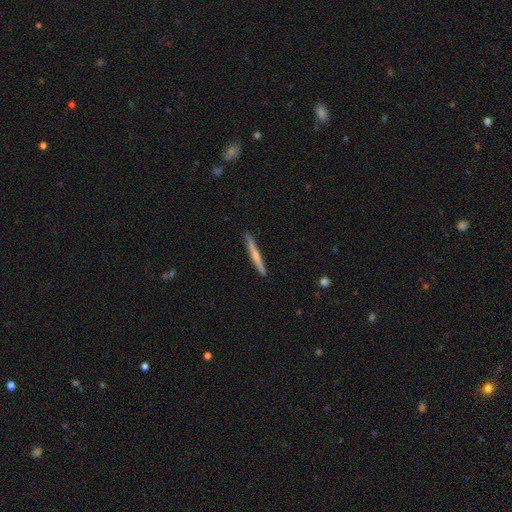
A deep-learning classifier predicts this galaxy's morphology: Smooth or featured?
  - featured or disk: 48% *
  - smooth: 47%
  - star or artifact: 5%
Merging?
  - none: 89% *
  - minor disturbance: 9%
  - major disturbance: 1%
  - merger: 1%